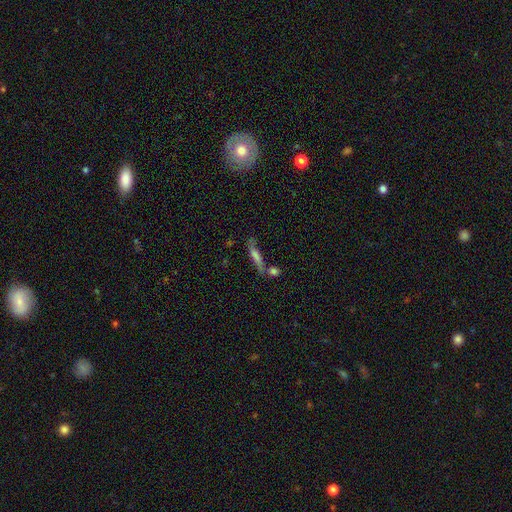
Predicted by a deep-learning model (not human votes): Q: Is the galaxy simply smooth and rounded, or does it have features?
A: featured or disk — 54%.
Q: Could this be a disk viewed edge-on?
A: yes — 85%.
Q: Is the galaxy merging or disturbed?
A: none — 65%.